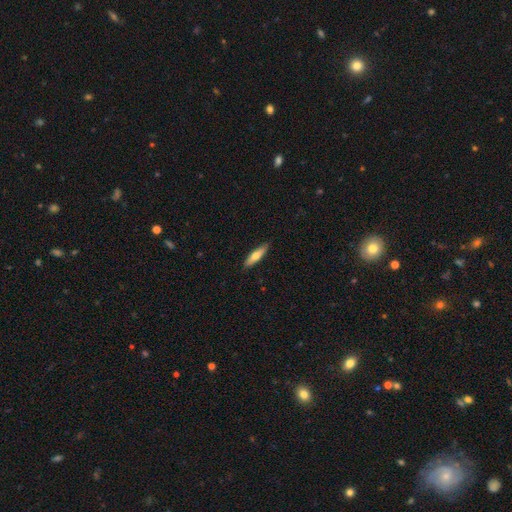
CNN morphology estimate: A smooth galaxy with no disk features (62%) that is cigar-shaped (75%).

Vote fractions:
- Smooth or featured? smooth: 62% / featured or disk: 33% / star or artifact: 6%
- How rounded? cigar-shaped: 75% / in between: 23% / round: 2%
- Merging? none: 89% / minor disturbance: 8% / major disturbance: 2% / merger: 1%